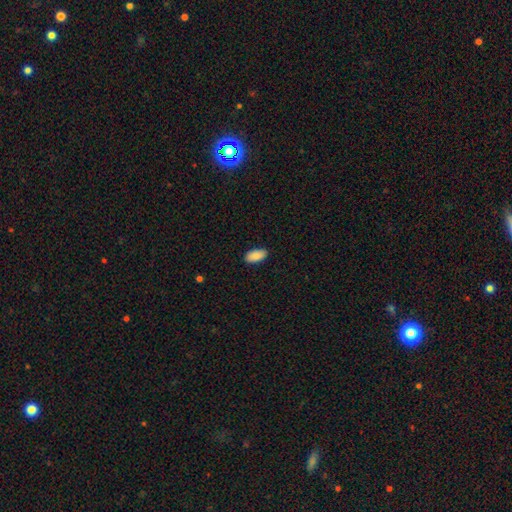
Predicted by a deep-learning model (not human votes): smooth_or_featured: smooth (p=0.88) [alt: star or artifact p=0.07]
how_rounded: in between (p=0.95) [alt: cigar-shaped p=0.03]
merging: none (p=0.88) [alt: minor disturbance p=0.09]